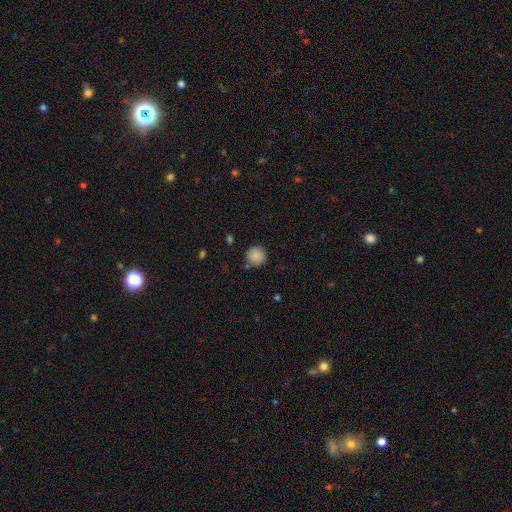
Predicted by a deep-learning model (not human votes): This is clearly a smooth galaxy (87%). How rounded: clearly round (94%). Merging: clearly none (84%).